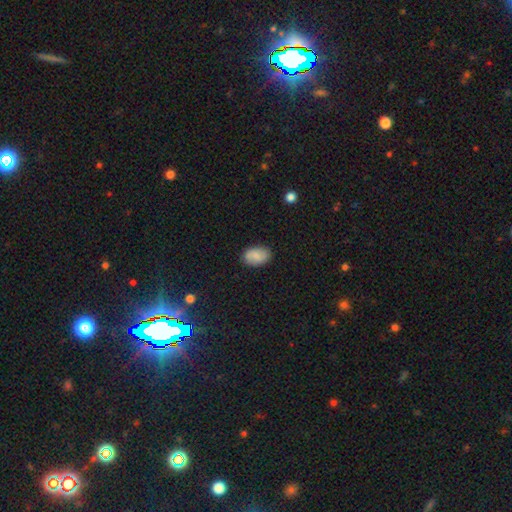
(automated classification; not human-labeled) Morphology: type=smooth (83%); roundness=in between (89%); merging=none (84%).